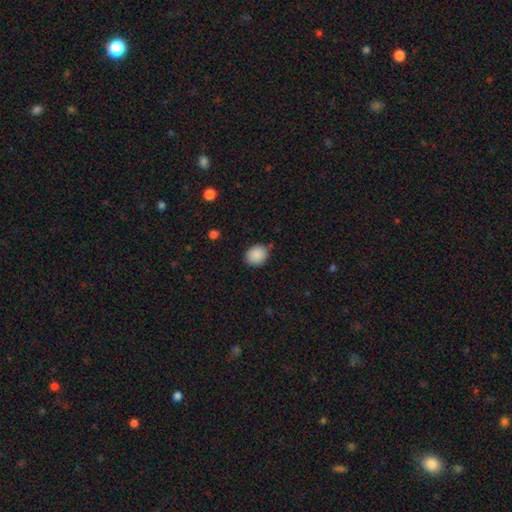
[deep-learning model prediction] smooth 89%, star or artifact 8%, featured or disk 3%. Down the decision tree: how rounded — round (68%); merging — none (85%).